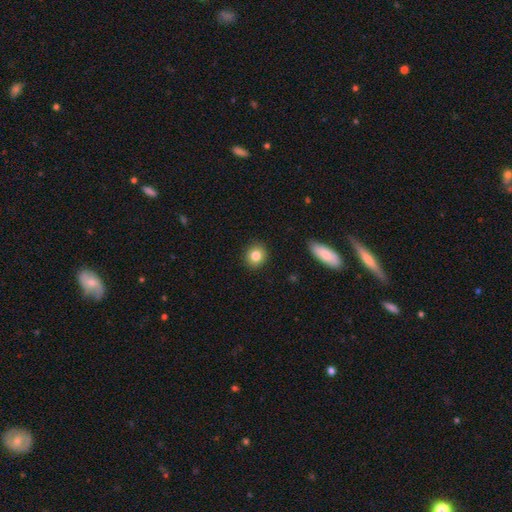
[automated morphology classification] Q: Smooth or featured?
A: smooth (83%); runner-up: star or artifact (9%)
Q: How rounded?
A: round (82%); runner-up: in between (17%)
Q: Merging?
A: none (90%); runner-up: minor disturbance (7%)